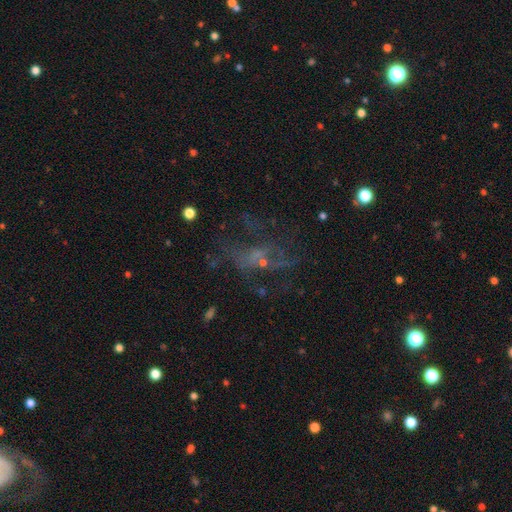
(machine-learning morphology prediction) Smooth or featured? Predicted: featured or disk (p=0.49). Merging? Predicted: none (p=0.46).